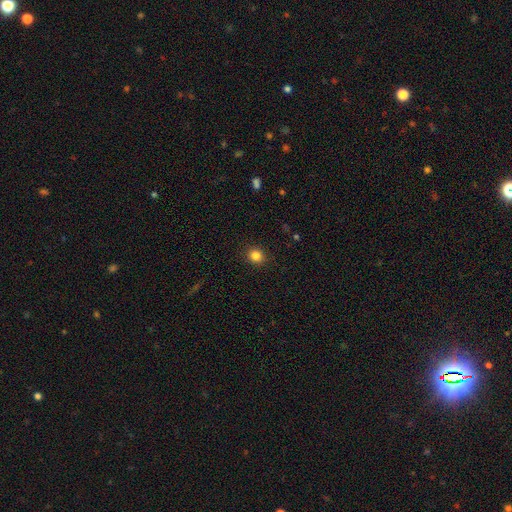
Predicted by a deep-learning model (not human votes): Smooth or featured: smooth — 84% (star or artifact — 12%)
How rounded: round — 80% (in between — 19%)
Merging: none — 90% (minor disturbance — 6%)